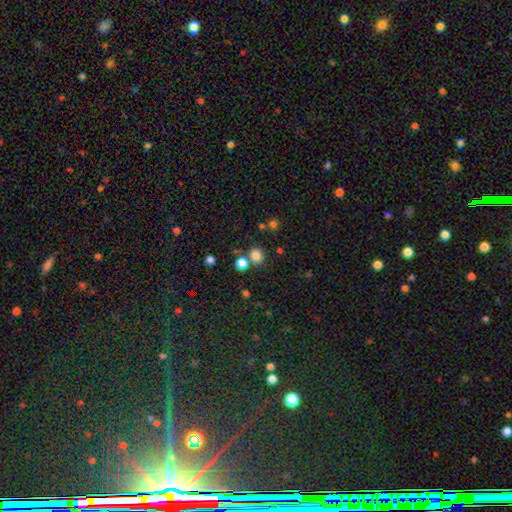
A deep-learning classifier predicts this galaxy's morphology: A smooth galaxy with no disk features (81%) that is round (81%). Merging: none (75%).